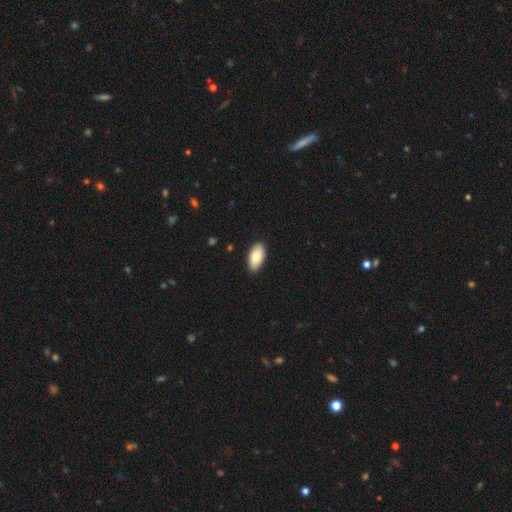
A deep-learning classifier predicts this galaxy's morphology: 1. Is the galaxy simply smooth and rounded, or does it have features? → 82% smooth, 12% featured or disk, 6% star or artifact.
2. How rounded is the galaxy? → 95% in between, 3% cigar-shaped, 2% round.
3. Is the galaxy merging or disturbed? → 90% none, 8% minor disturbance, 2% major disturbance, 1% merger.